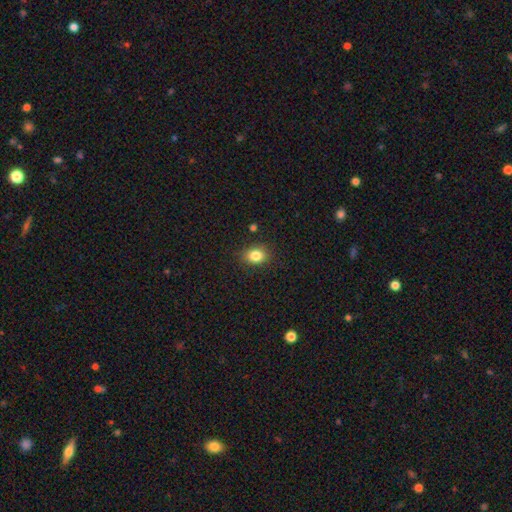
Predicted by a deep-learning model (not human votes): This is clearly a smooth galaxy (83%). How rounded: possibly in between (55%). Merging: clearly none (86%).